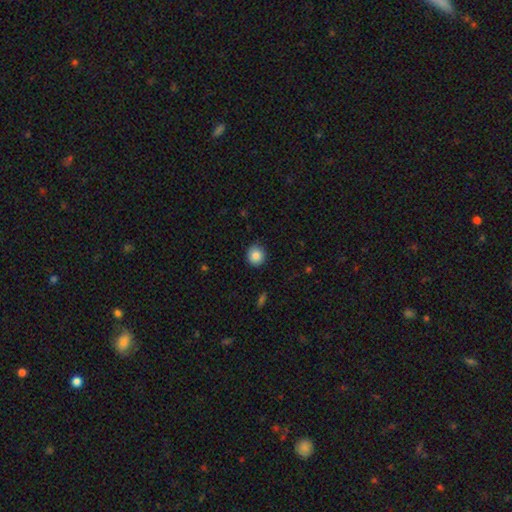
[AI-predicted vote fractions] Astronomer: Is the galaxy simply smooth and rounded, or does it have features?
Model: smooth — 86%.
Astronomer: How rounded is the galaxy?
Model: round — 91%.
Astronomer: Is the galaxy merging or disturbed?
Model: none — 89%.